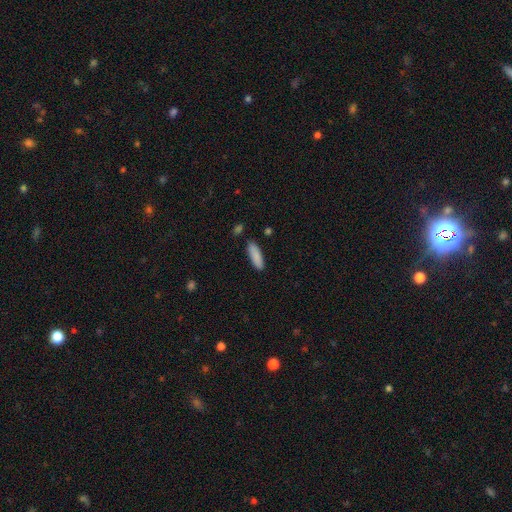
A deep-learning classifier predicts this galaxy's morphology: Smooth or featured: smooth — 88% (star or artifact — 6%)
How rounded: cigar-shaped — 52% (in between — 46%)
Merging: none — 85% (minor disturbance — 10%)